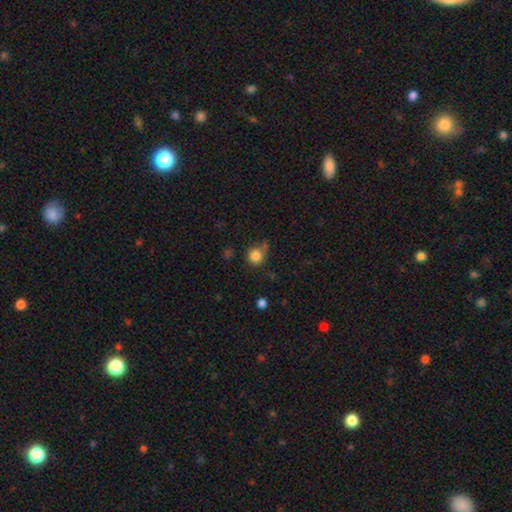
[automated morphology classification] Smooth or featured? smooth (83%)
How rounded? round (90%)
Merging? none (64%)